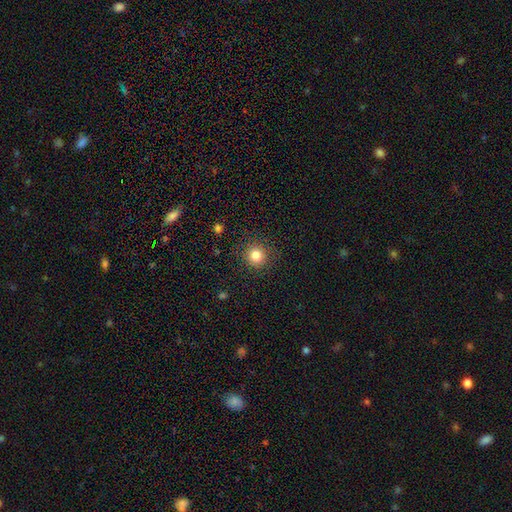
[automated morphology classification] A smooth galaxy with no disk features (83%) that is round (94%).

Vote fractions:
- Smooth or featured? smooth: 83% / star or artifact: 12% / featured or disk: 6%
- How rounded? round: 94% / in between: 5% / cigar-shaped: 1%
- Merging? none: 90% / minor disturbance: 7% / major disturbance: 3% / merger: 1%